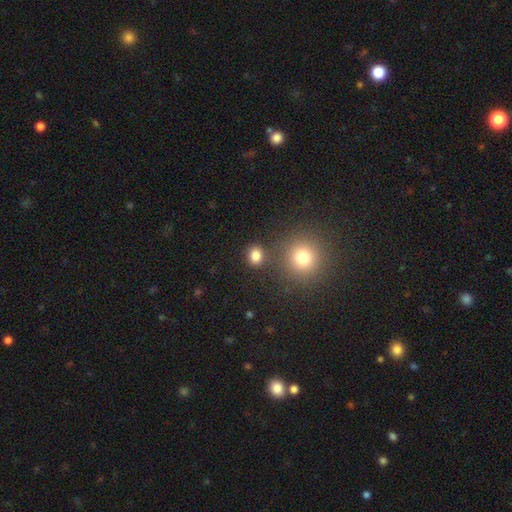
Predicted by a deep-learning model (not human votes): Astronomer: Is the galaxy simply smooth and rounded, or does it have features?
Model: smooth — 81%.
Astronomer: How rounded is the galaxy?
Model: round — 66%.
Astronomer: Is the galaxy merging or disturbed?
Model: none — 78%.